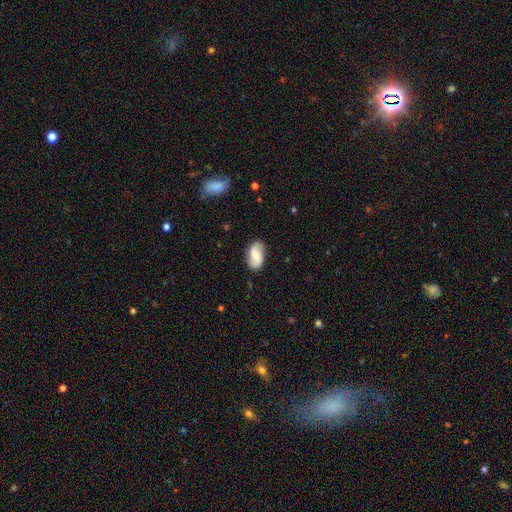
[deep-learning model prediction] Q: Smooth or featured?
A: smooth (48%); runner-up: featured or disk (44%)
Q: Merging?
A: none (79%); runner-up: minor disturbance (16%)